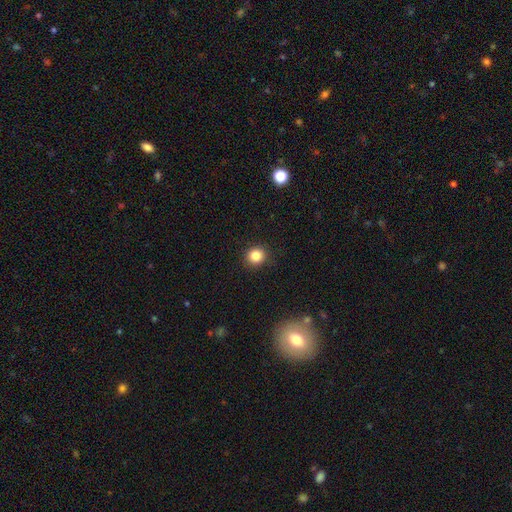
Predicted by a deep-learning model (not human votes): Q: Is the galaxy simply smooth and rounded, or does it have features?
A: smooth — 85%.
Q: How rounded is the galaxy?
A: round — 89%.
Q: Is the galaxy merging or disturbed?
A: none — 91%.